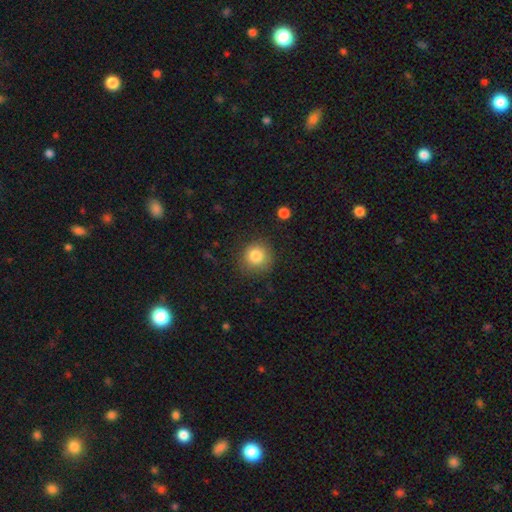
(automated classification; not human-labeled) Smooth or featured? Predicted: smooth (p=0.83). How rounded? Predicted: round (p=0.91). Merging? Predicted: none (p=0.85).